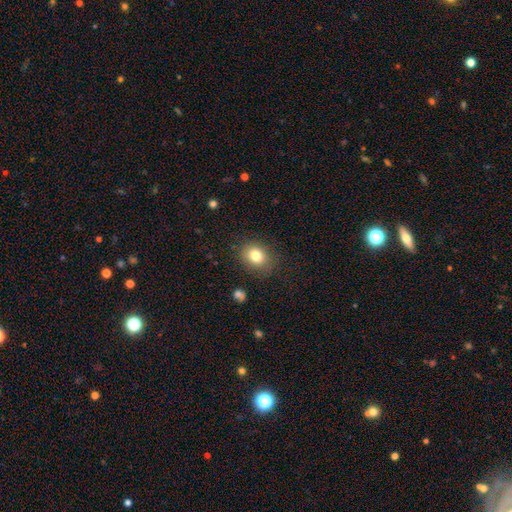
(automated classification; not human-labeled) Smooth or featured? smooth (79%)
How rounded? round (56%)
Merging? none (83%)